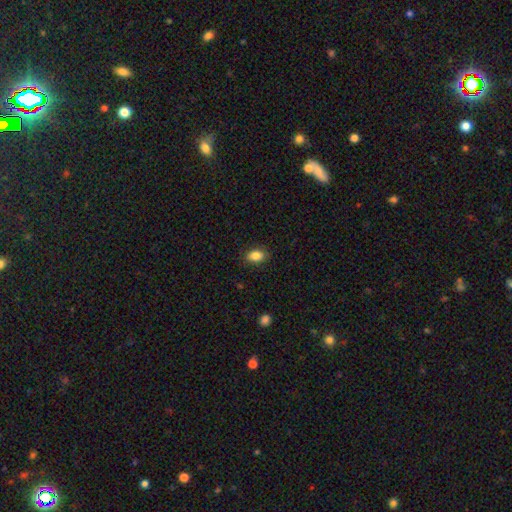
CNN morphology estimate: type=smooth (86%); roundness=in between (85%); merging=none (87%).